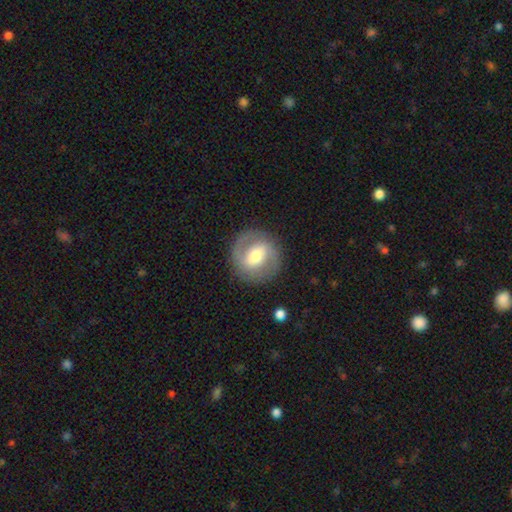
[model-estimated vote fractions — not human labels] Smooth or featured: featured or disk — 59% (smooth — 34%)
Edge-on disk: no — 96% (yes — 4%)
Bar: weak — 44% (strong — 32%)
Spiral arms: yes — 67% (no — 33%)
Bulge size: moderate — 66% (small — 18%)
Merging: none — 86% (minor disturbance — 9%)